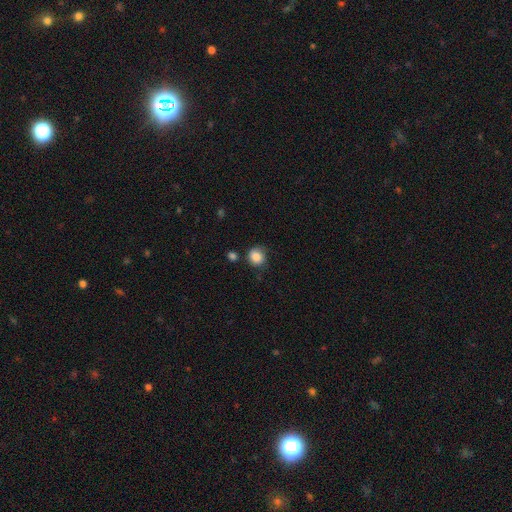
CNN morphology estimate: This is clearly a smooth galaxy (86%). How rounded: clearly round (84%). Merging: likely none (72%).